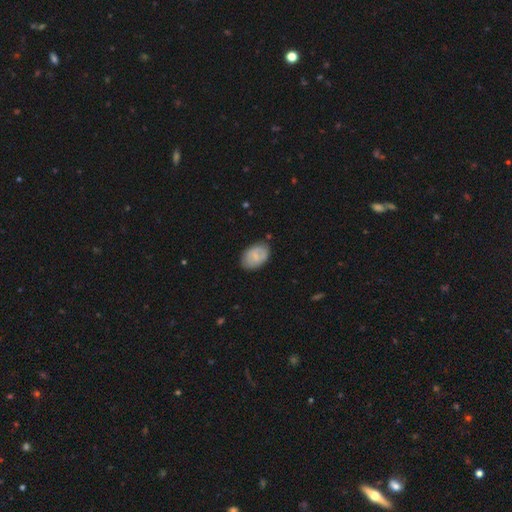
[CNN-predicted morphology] smooth 63%, featured or disk 30%, star or artifact 7%. Down the decision tree: how rounded — in between (87%); merging — none (79%).